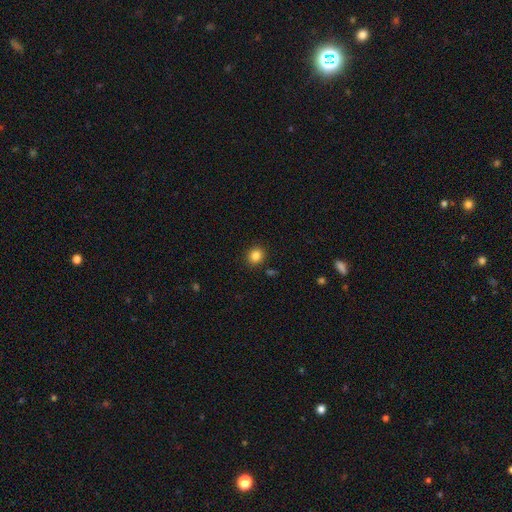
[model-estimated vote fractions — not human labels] This appears to be a smooth galaxy with no disk features (85%) that is round (78%). Merging: none (89%).